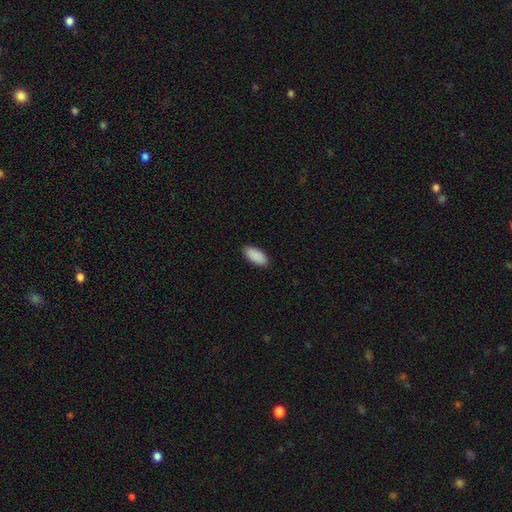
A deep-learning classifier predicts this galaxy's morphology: type=smooth (91%); roundness=in between (92%); merging=none (89%).